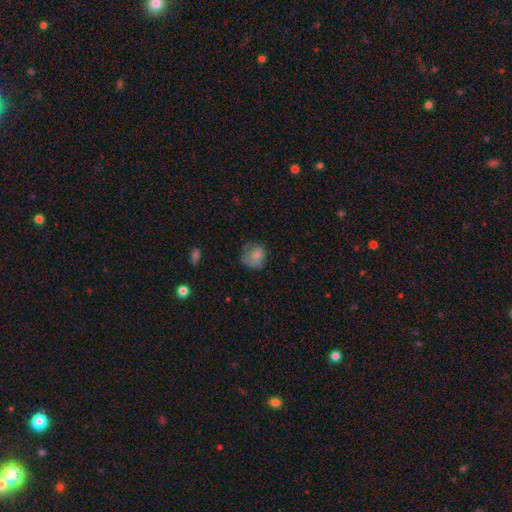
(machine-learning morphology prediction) A smooth galaxy with no disk features (75%) that is round (74%).

Vote fractions:
- Smooth or featured? smooth: 75% / featured or disk: 15% / star or artifact: 10%
- How rounded? round: 74% / in between: 25% / cigar-shaped: 1%
- Merging? none: 48% / minor disturbance: 30% / major disturbance: 20% / merger: 2%